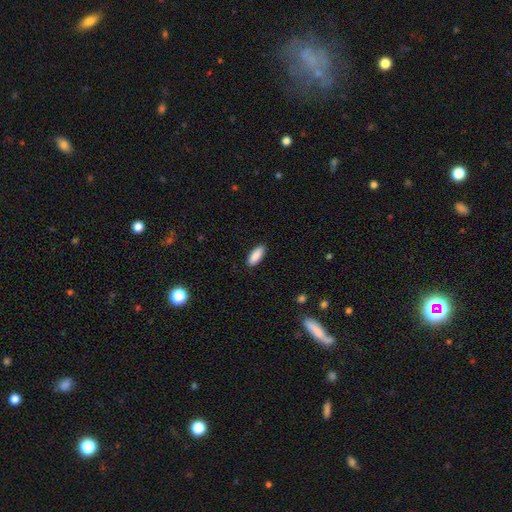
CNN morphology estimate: This appears to be a smooth galaxy with no disk features (90%) that is in between round and cigar-shaped (78%). Merging: none (89%).